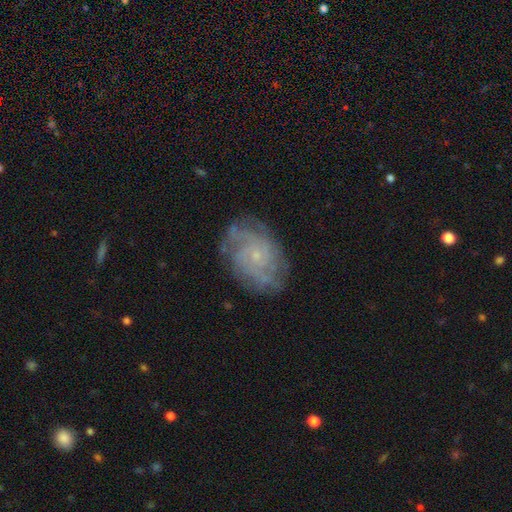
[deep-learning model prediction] A featured or disk galaxy (76%) with no bar (78%), tight (61%) spiral arms (92%) and a small central bulge (81%). Merging: none (76%).